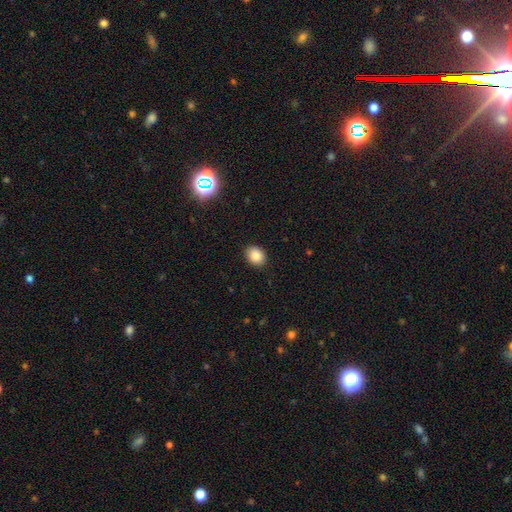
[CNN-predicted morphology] smooth 87%, star or artifact 9%, featured or disk 4%. Down the decision tree: how rounded — in between (52%); merging — none (89%).